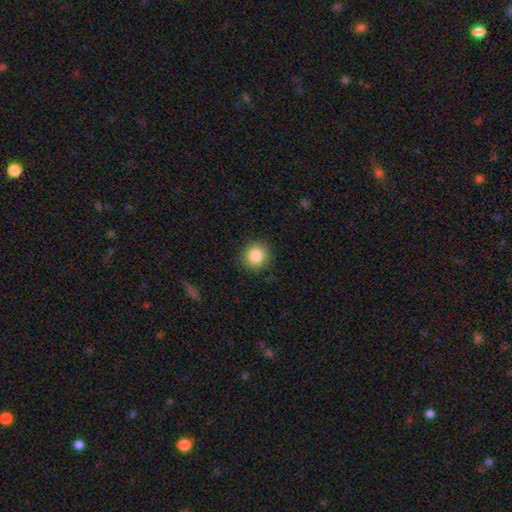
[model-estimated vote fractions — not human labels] Overall: smooth (85%). How rounded: round (88%). Merging: none (89%).